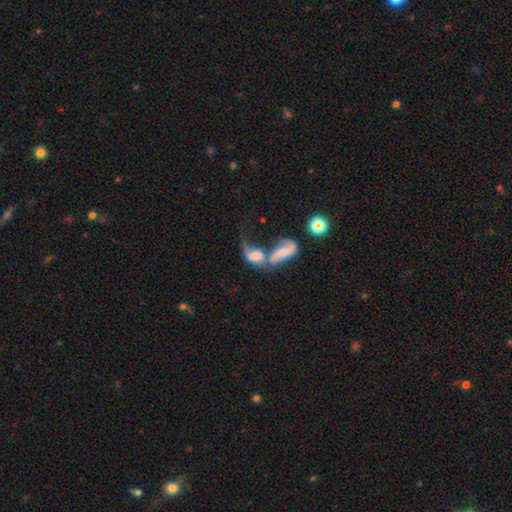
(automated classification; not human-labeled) smooth_or_featured: featured or disk (p=0.46) [alt: smooth p=0.43]
merging: merger (p=0.74) [alt: major disturbance p=0.11]